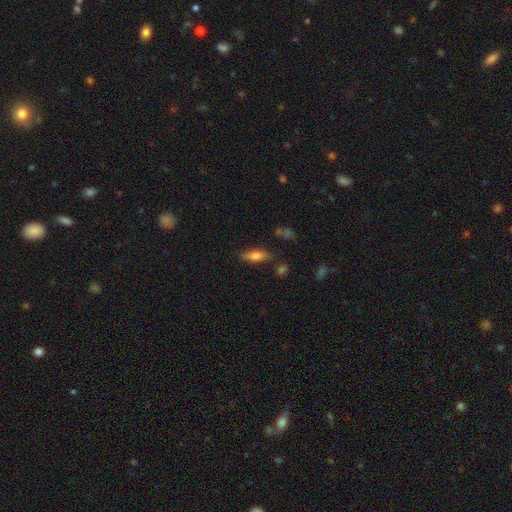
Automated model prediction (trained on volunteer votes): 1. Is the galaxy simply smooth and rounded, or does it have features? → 72% smooth, 20% featured or disk, 8% star or artifact.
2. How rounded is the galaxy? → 61% in between, 37% cigar-shaped, 3% round.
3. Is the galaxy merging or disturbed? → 75% none, 17% minor disturbance, 4% major disturbance, 4% merger.